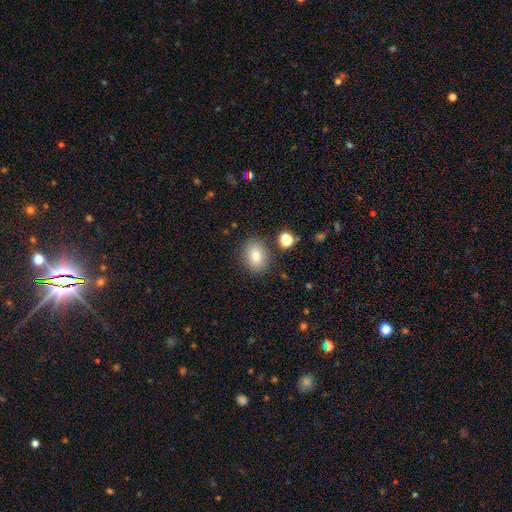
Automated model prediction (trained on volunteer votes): smooth 82%, star or artifact 9%, featured or disk 9%. Down the decision tree: how rounded — in between (65%); merging — none (83%).